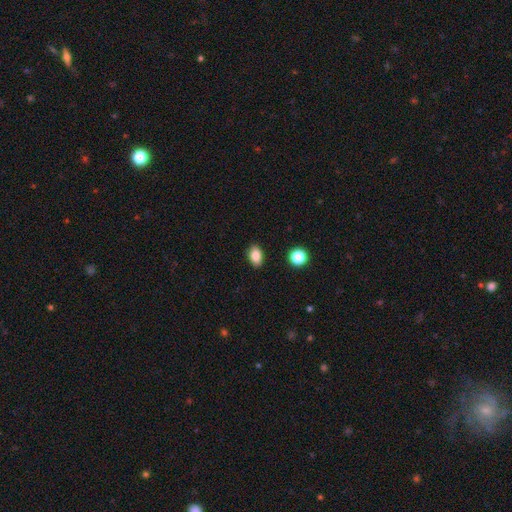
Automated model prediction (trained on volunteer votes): Smooth or featured: smooth — 83% (star or artifact — 9%)
How rounded: in between — 85% (round — 13%)
Merging: none — 88% (minor disturbance — 8%)